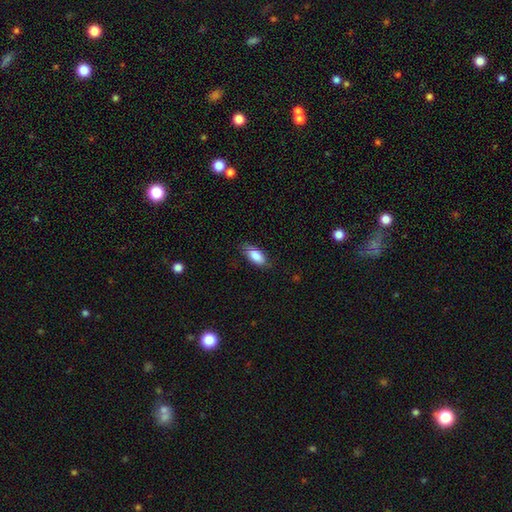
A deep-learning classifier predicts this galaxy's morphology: smooth-or-featured: smooth: 83% | featured or disk: 10% | star or artifact: 7%
  how-rounded: in between: 86% | cigar-shaped: 11% | round: 3%
  merging: none: 71% | minor disturbance: 23% | major disturbance: 5% | merger: 1%